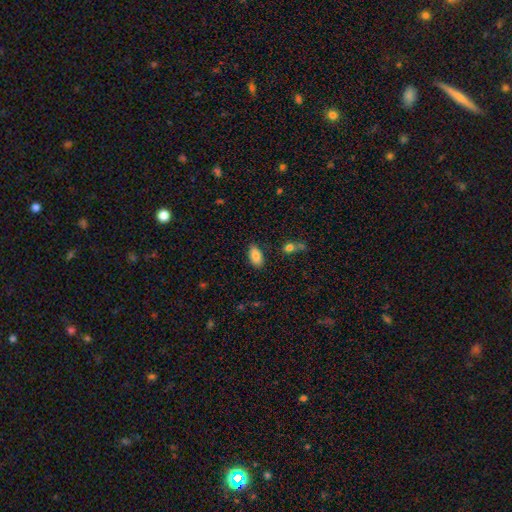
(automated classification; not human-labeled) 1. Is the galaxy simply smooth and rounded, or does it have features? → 85% smooth, 8% star or artifact, 7% featured or disk.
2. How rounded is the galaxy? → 93% in between, 4% cigar-shaped, 3% round.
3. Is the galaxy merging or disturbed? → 84% none, 11% minor disturbance, 3% major disturbance, 2% merger.